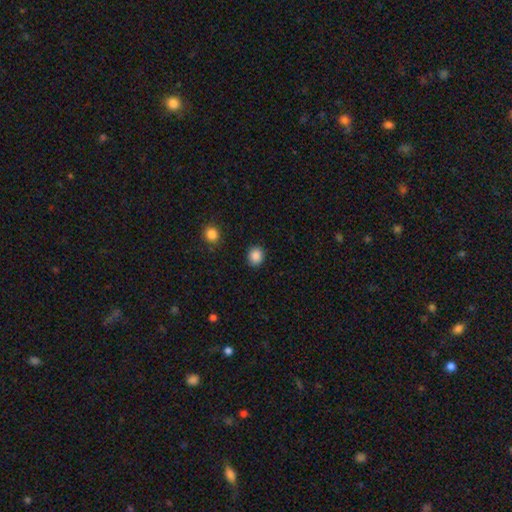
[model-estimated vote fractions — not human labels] Smooth or featured? smooth (87%)
How rounded? round (77%)
Merging? none (89%)